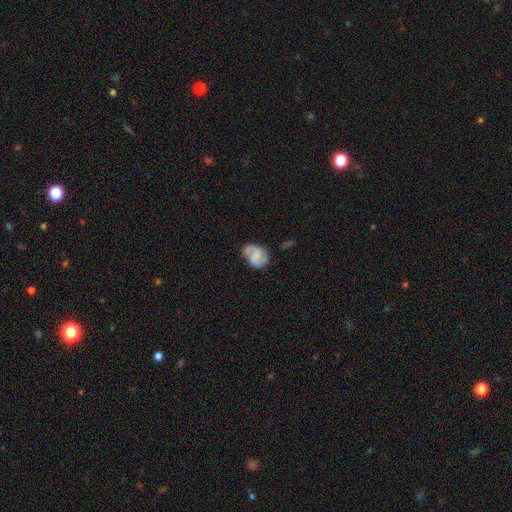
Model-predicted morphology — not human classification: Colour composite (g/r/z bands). It shows a featured or disk galaxy (70%) with a weak bar (44%), 2 (86%) medium (49%) spiral arms (93%) and no central bulge (46%). Merging: none (65%).